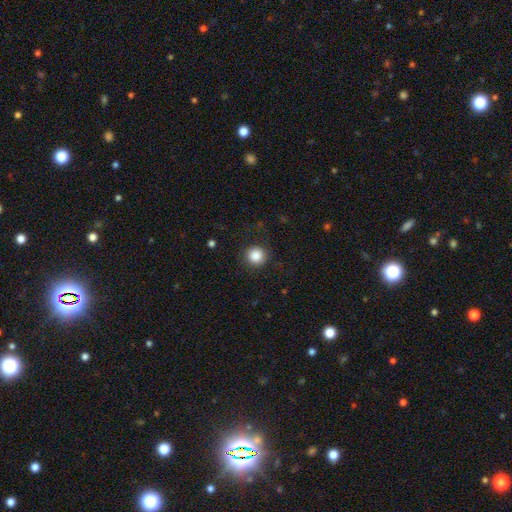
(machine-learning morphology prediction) Smooth or featured?
  - smooth: 87% *
  - star or artifact: 9%
  - featured or disk: 4%
How rounded?
  - round: 94% *
  - in between: 5%
  - cigar-shaped: 1%
Merging?
  - none: 87% *
  - minor disturbance: 8%
  - major disturbance: 4%
  - merger: 1%